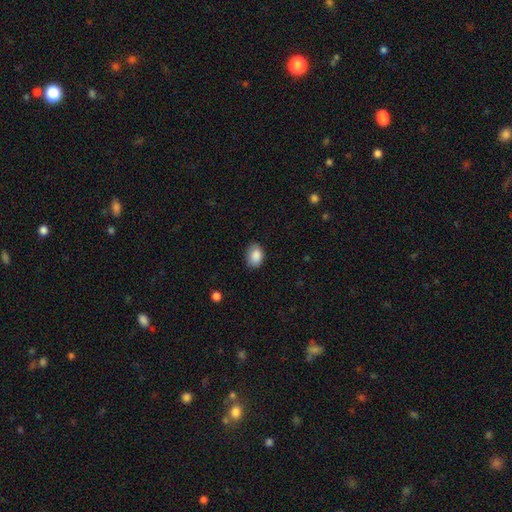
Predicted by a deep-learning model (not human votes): Smooth or featured? Predicted: smooth (p=0.88). How rounded? Predicted: in between (p=0.76). Merging? Predicted: none (p=0.80).